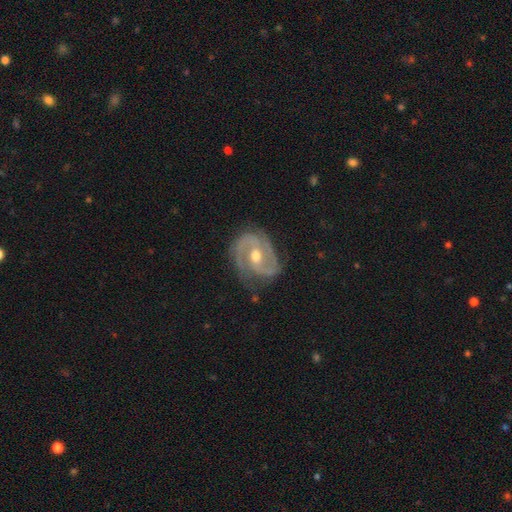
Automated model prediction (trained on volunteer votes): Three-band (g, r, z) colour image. It shows a featured or disk galaxy (90%) with no bar (42%), 2 (79%) medium (47%) spiral arms (97%) and a moderate central bulge (75%). Merging: none (74%).